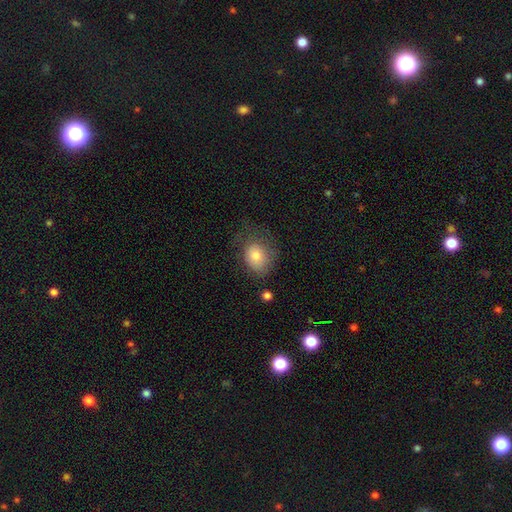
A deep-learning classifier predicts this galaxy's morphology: Smooth or featured? smooth (79%)
How rounded? in between (51%)
Merging? none (50%)